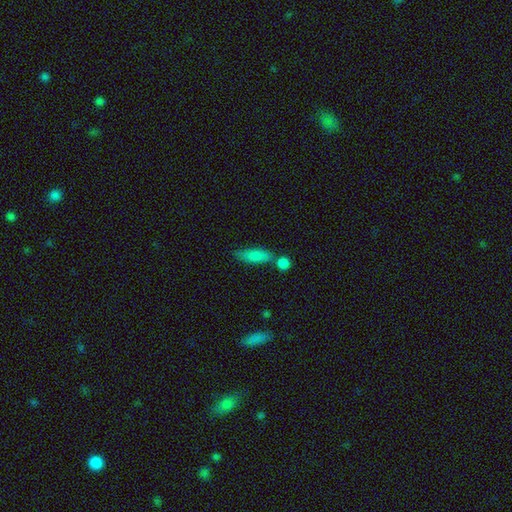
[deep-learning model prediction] Overall: smooth (82%). How rounded: in between (57%; cigar-shaped 40%). Merging: none (57%; merger 21%).